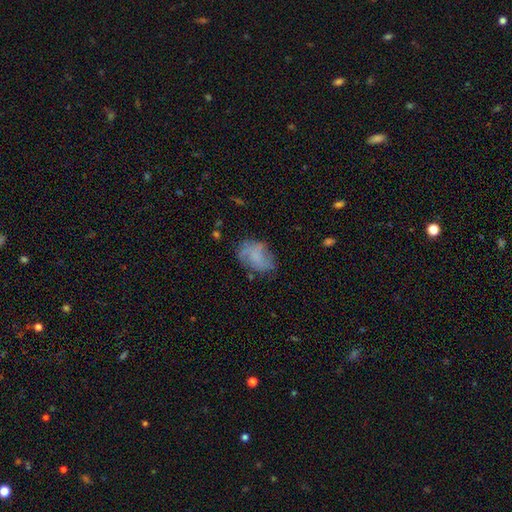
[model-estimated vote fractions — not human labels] A smooth galaxy with no disk features (57%) that is in between round and cigar-shaped (81%). Merging: none (58%).